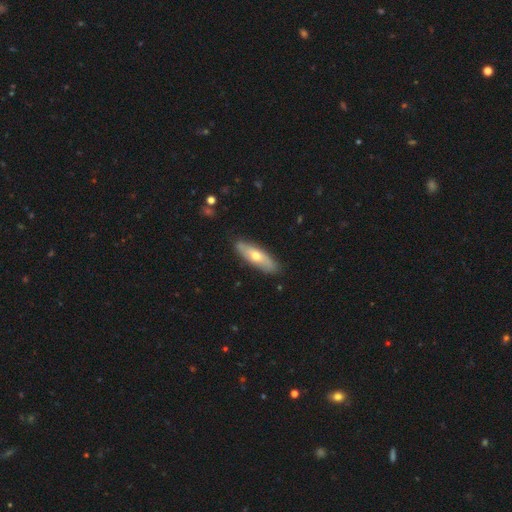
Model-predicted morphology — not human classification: Q: Smooth or featured?
A: smooth (52%); runner-up: featured or disk (43%)
Q: How rounded?
A: in between (49%); tied with: cigar-shaped (49%)
Q: Merging?
A: none (85%); runner-up: minor disturbance (12%)